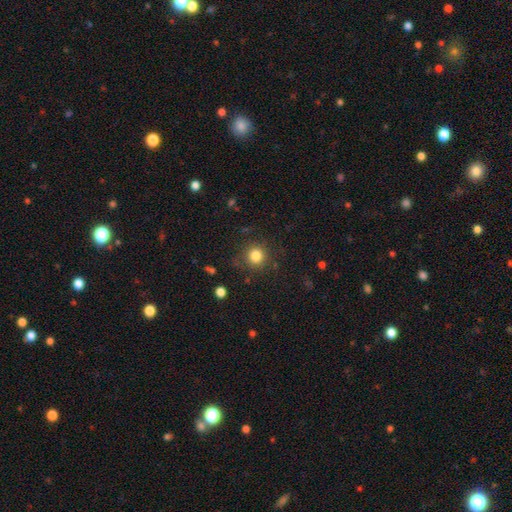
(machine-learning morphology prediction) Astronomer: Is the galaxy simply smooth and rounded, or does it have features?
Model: smooth — 82%.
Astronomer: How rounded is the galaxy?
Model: round — 92%.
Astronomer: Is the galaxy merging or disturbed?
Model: none — 85%.